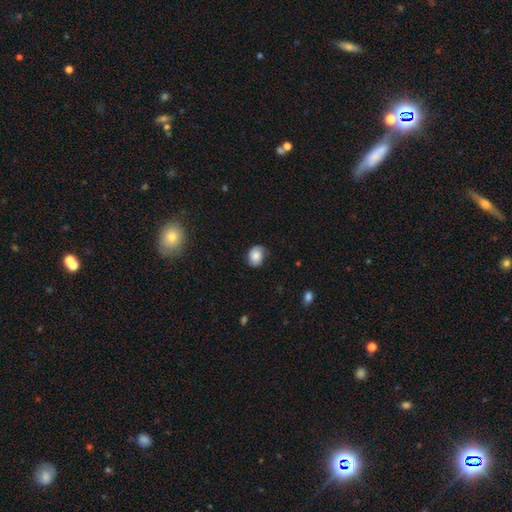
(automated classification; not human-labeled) A smooth galaxy with no disk features (71%) that is in between round and cigar-shaped (50%). Merging: none (66%).